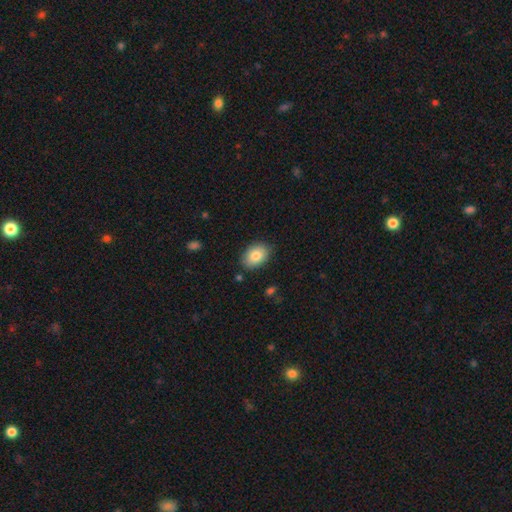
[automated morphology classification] smooth-or-featured: smooth: 84% | featured or disk: 9% | star or artifact: 7%
  how-rounded: in between: 83% | round: 16% | cigar-shaped: 1%
  merging: none: 85% | minor disturbance: 12% | major disturbance: 2% | merger: 1%